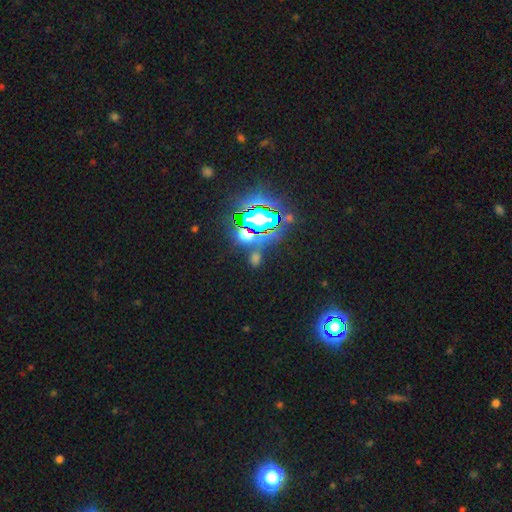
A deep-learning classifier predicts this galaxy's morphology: star or artifact 69%, smooth 22%, featured or disk 9%.